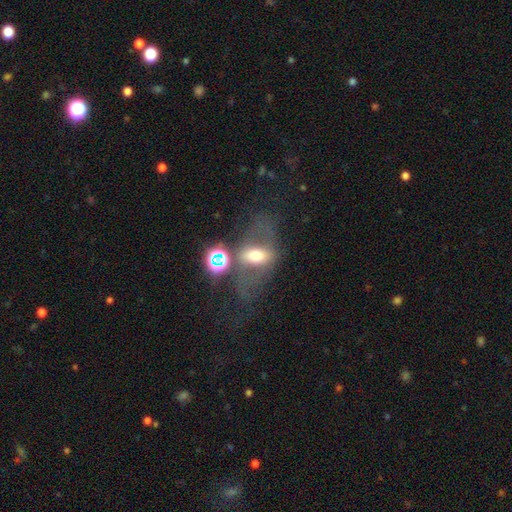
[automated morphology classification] A smooth galaxy with no disk features (43%).

Vote fractions:
- Smooth or featured? smooth: 43% / featured or disk: 41% / star or artifact: 17%
- Merging? none: 39% / major disturbance: 28% / minor disturbance: 18% / merger: 15%